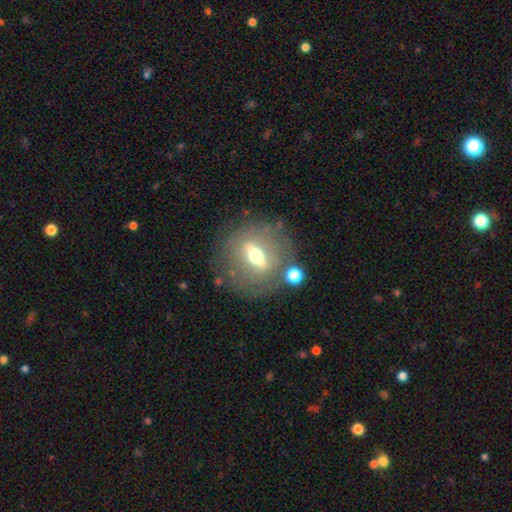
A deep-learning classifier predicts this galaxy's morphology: A featured or disk galaxy (68%). Merging: none (75%).